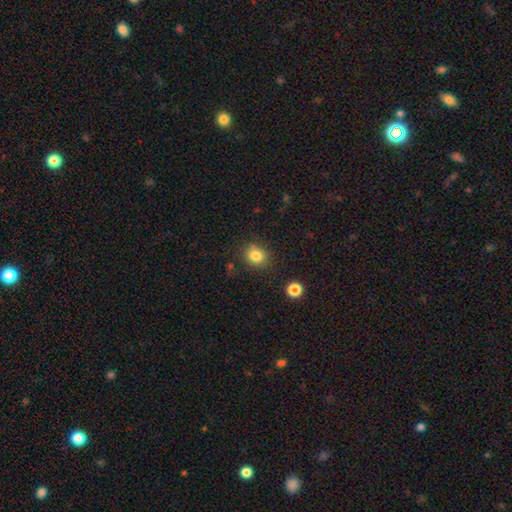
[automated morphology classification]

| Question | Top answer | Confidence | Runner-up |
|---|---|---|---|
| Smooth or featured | smooth | 83% | star or artifact (11%) |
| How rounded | round | 72% | in between (27%) |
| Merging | none | 80% | minor disturbance (13%) |